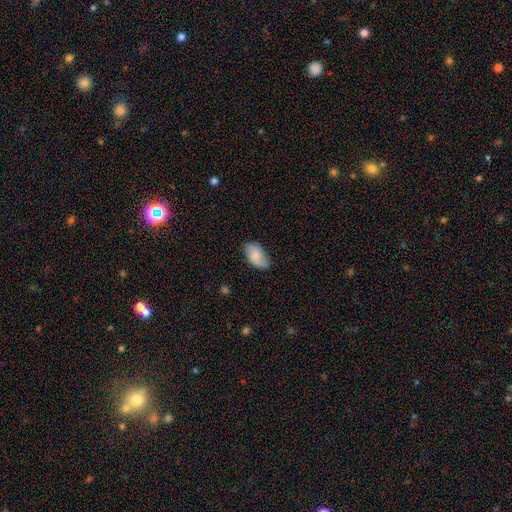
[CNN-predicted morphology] A smooth galaxy with no disk features (75%) that is in between round and cigar-shaped (94%).

Vote fractions:
- Smooth or featured? smooth: 75% / featured or disk: 18% / star or artifact: 7%
- How rounded? in between: 94% / round: 4% / cigar-shaped: 2%
- Merging? none: 70% / minor disturbance: 24% / major disturbance: 5% / merger: 1%